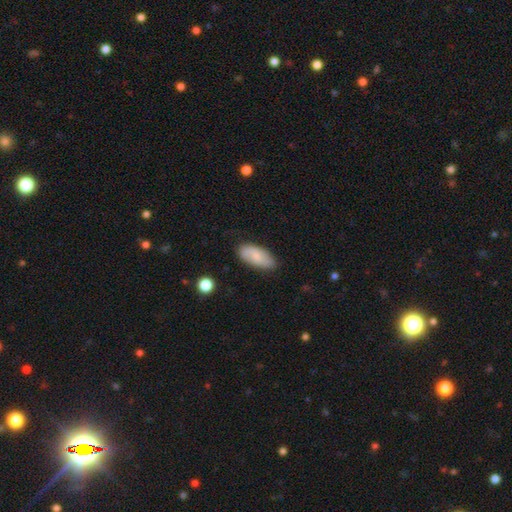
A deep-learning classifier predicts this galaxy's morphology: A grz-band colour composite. It shows a smooth galaxy with no disk features (74%) that is in between round and cigar-shaped (88%). Merging: none (79%).